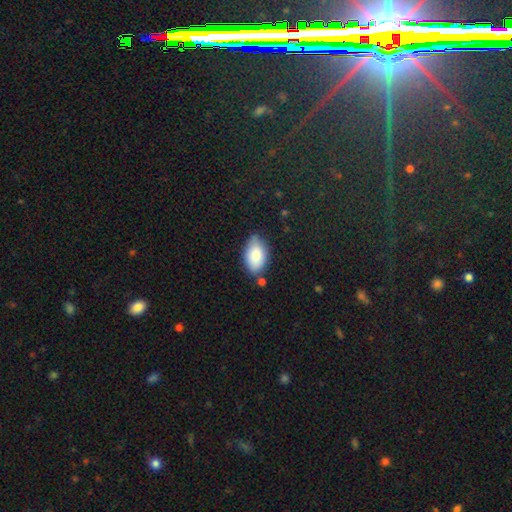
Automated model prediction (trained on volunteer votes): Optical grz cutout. It shows a smooth galaxy with no disk features (84%) that is in between round and cigar-shaped (94%). Merging: none (72%).